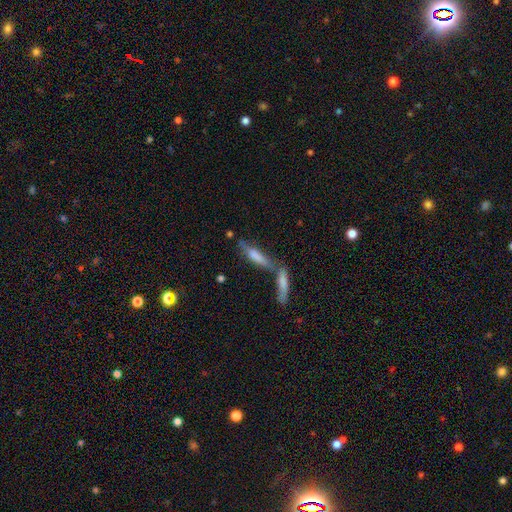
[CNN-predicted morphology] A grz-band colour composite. It shows a featured or disk galaxy (48%). Merging: merger (45%).